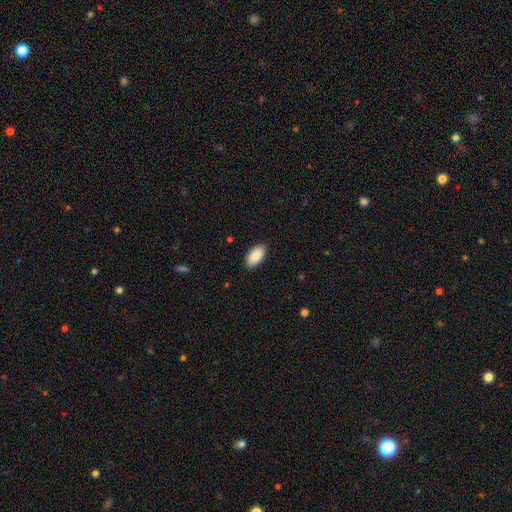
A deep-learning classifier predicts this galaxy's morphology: smooth 91%, star or artifact 6%, featured or disk 3%. Down the decision tree: how rounded — in between (95%); merging — none (89%).